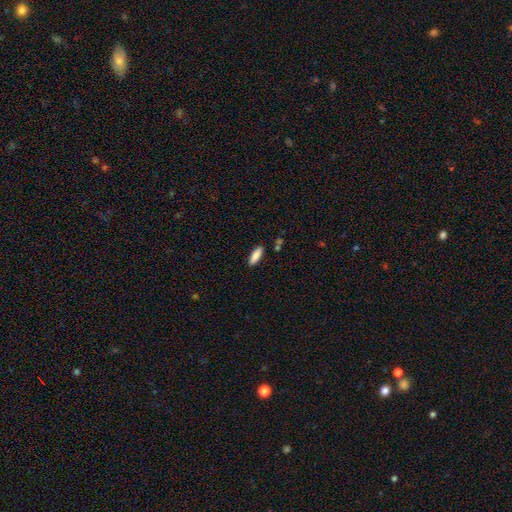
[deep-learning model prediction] This appears to be a smooth galaxy with no disk features (85%) that is in between round and cigar-shaped (55%). Merging: none (85%).